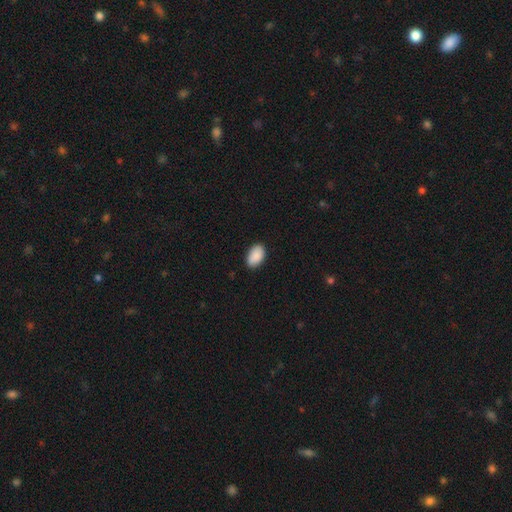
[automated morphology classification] Smooth or featured?
  - smooth: 90% *
  - star or artifact: 6%
  - featured or disk: 4%
How rounded?
  - in between: 94% *
  - round: 5%
  - cigar-shaped: 1%
Merging?
  - none: 88% *
  - minor disturbance: 10%
  - major disturbance: 2%
  - merger: 1%